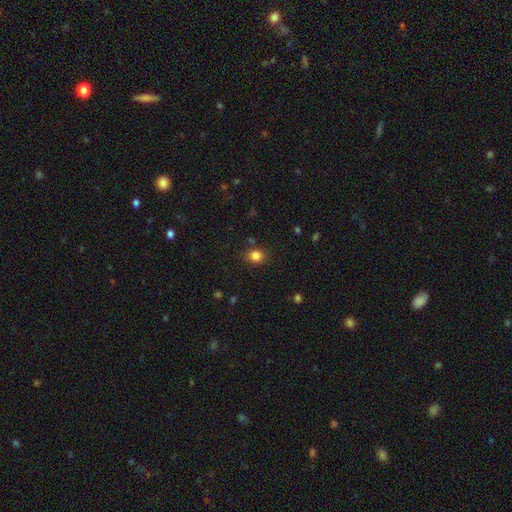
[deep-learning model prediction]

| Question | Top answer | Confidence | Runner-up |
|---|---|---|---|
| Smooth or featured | smooth | 83% | star or artifact (12%) |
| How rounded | round | 62% | in between (37%) |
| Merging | none | 83% | minor disturbance (11%) |